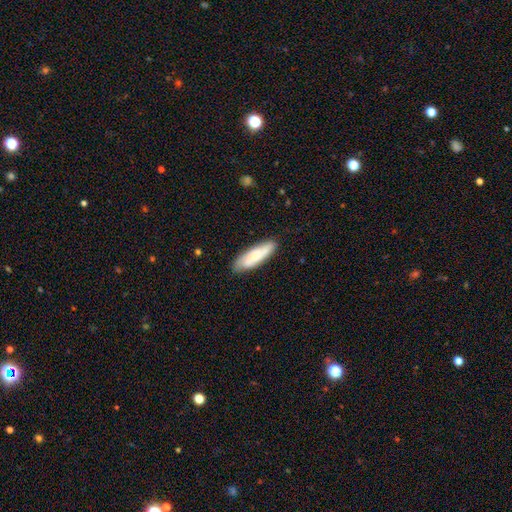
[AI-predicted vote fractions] Smooth or featured? Predicted: smooth (p=0.67). How rounded? Predicted: cigar-shaped (p=0.54). Merging? Predicted: none (p=0.80).